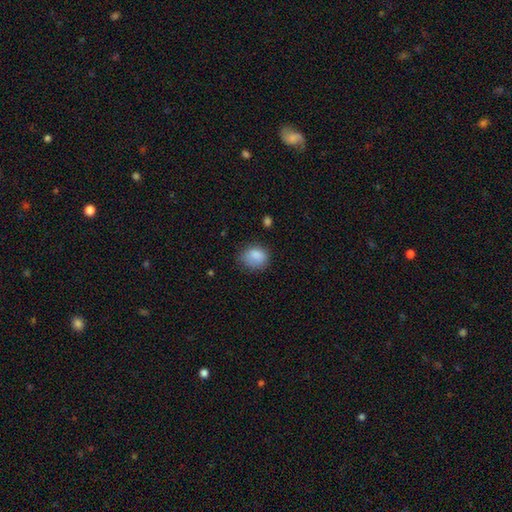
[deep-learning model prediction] Smooth or featured? Predicted: smooth (p=0.84). How rounded? Predicted: round (p=0.58). Merging? Predicted: none (p=0.62).